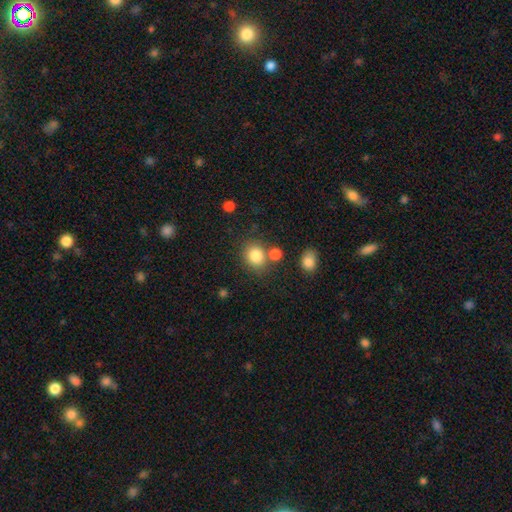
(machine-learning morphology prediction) This appears to be a smooth galaxy with no disk features (83%) that is round (72%). Merging: none (70%).